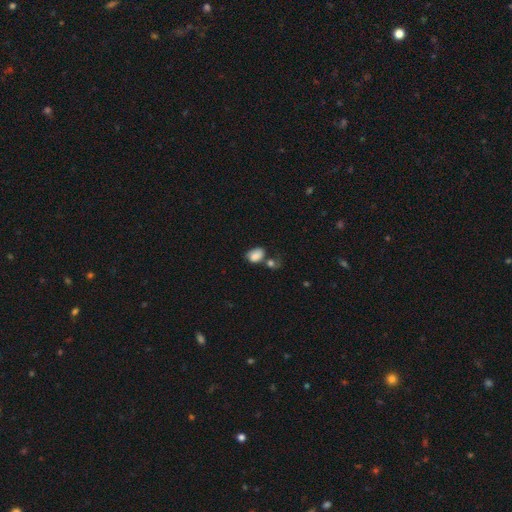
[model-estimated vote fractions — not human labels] A smooth galaxy with no disk features (81%) that is in between round and cigar-shaped (82%).

Vote fractions:
- Smooth or featured? smooth: 81% / featured or disk: 10% / star or artifact: 9%
- How rounded? in between: 82% / round: 17% / cigar-shaped: 1%
- Merging? none: 39% / merger: 27% / minor disturbance: 22% / major disturbance: 12%